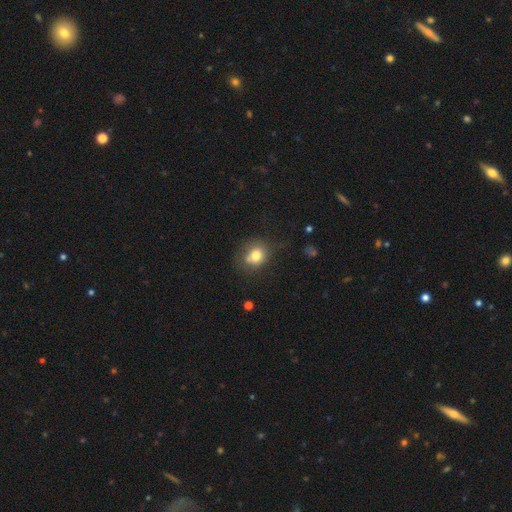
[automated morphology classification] Smooth or featured? Predicted: smooth (p=0.77). How rounded? Predicted: round (p=0.67). Merging? Predicted: none (p=0.60).